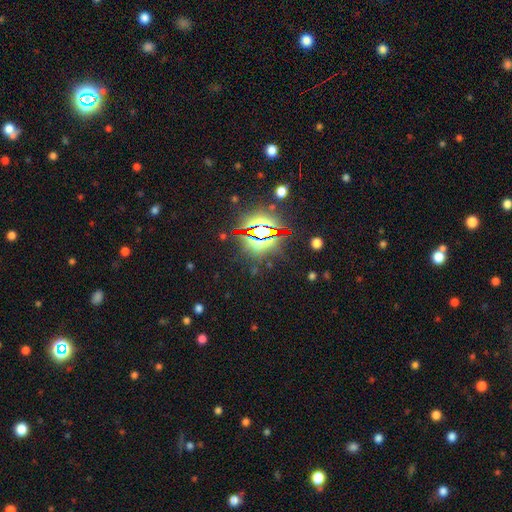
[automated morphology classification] star or artifact 86%, featured or disk 7%, smooth 7%.